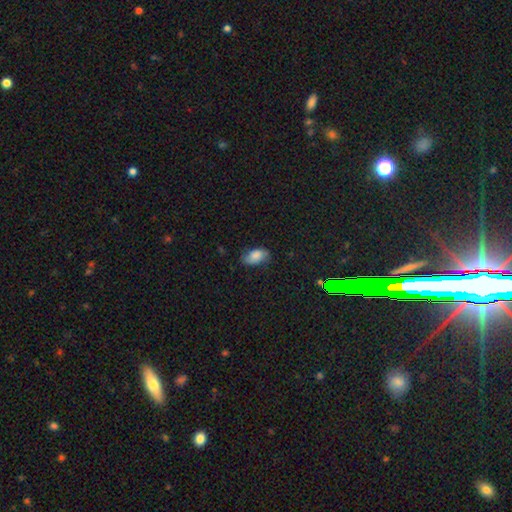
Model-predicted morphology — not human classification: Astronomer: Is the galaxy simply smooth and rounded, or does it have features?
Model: smooth — 73%.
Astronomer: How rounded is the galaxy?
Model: in between — 92%.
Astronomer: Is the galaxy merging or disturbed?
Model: none — 67%.